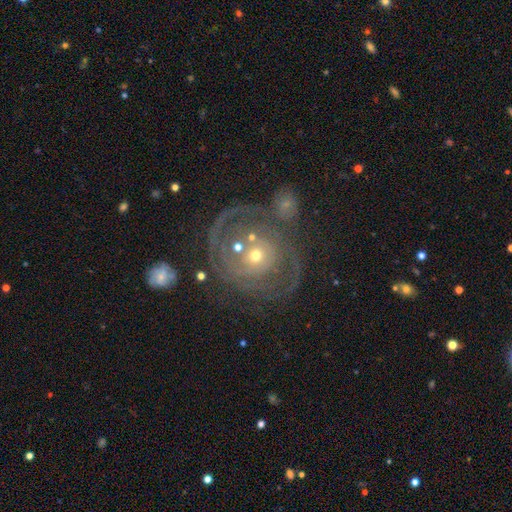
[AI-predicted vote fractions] Morphology: type=featured or disk (77%); edge-on=no (97%); bar=no (83%); spiral arms=yes (83%); winding=tight (60%); arm count=2 (39%); bulge=small (57%); merging=none (50%).